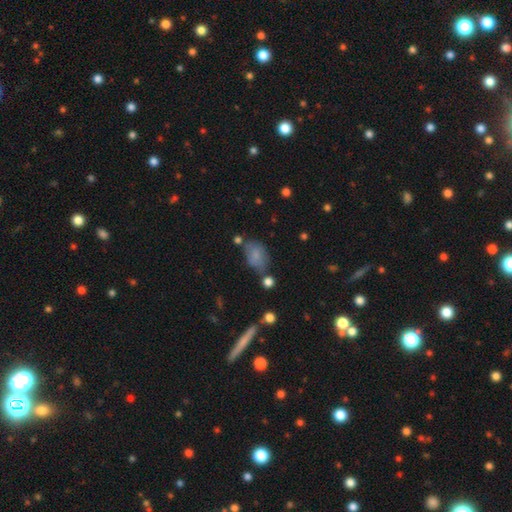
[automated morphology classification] This appears to be a smooth galaxy with no disk features (78%) that is in between round and cigar-shaped (84%). Merging: none (59%).